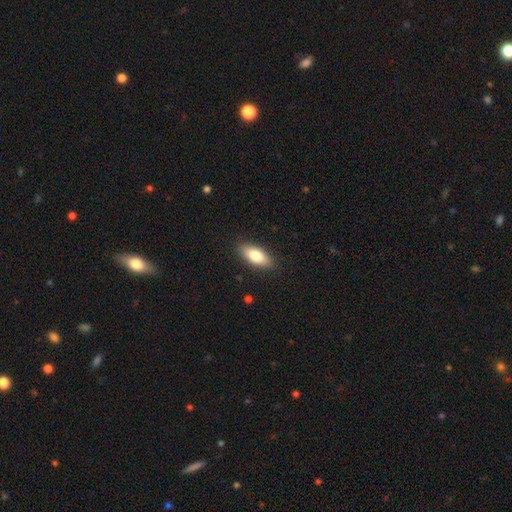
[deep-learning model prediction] The model was most divided on "how rounded": in between: 80%, cigar-shaped: 18%, round: 3%. More confident: merging — none (88%); smooth or featured — smooth (79%).